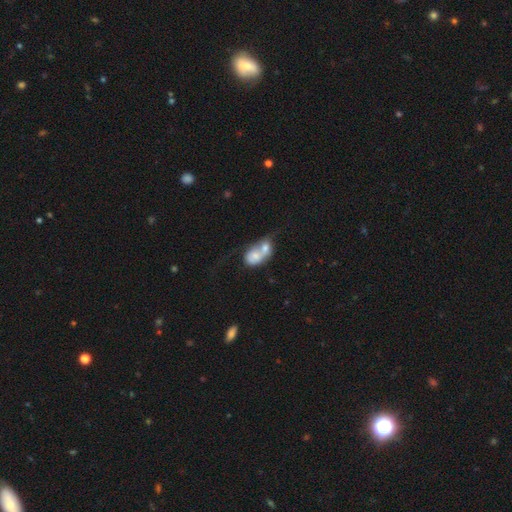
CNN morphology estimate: A smooth galaxy with no disk features (64%) that is in between round and cigar-shaped (59%).

Vote fractions:
- Smooth or featured? smooth: 64% / featured or disk: 29% / star or artifact: 8%
- How rounded? in between: 59% / round: 39% / cigar-shaped: 2%
- Merging? merger: 79% / none: 11% / minor disturbance: 5% / major disturbance: 5%